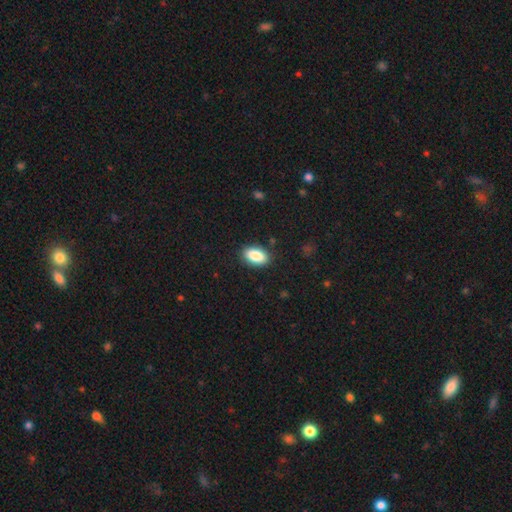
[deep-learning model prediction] Smooth or featured? Predicted: smooth (p=0.88). How rounded? Predicted: in between (p=0.93). Merging? Predicted: none (p=0.87).